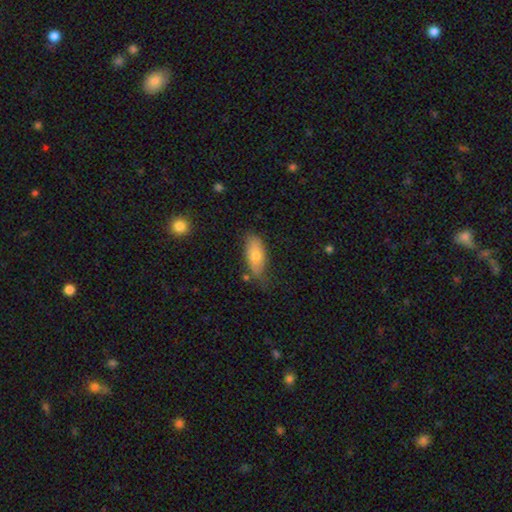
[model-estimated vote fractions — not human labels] Morphology: type=smooth (74%); roundness=in between (83%); merging=none (59%).